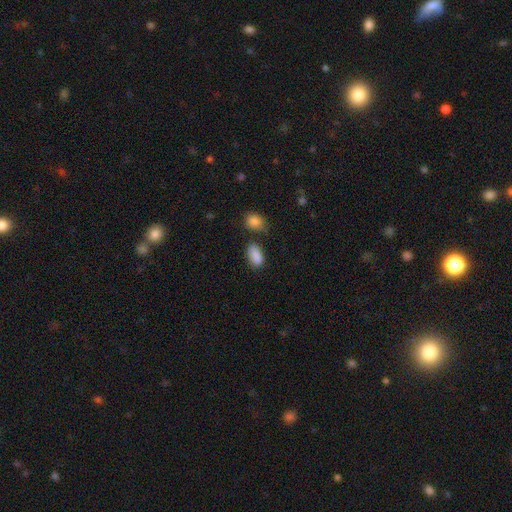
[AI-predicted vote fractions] Smooth or featured?
  - smooth: 89% *
  - star or artifact: 8%
  - featured or disk: 4%
How rounded?
  - in between: 92% *
  - round: 5%
  - cigar-shaped: 3%
Merging?
  - none: 71% *
  - minor disturbance: 16%
  - merger: 10%
  - major disturbance: 4%